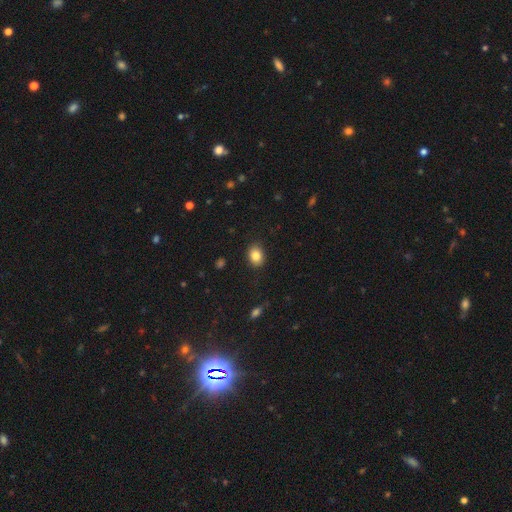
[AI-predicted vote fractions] This appears to be a smooth galaxy with no disk features (84%) that is in between round and cigar-shaped (67%). Merging: none (87%).